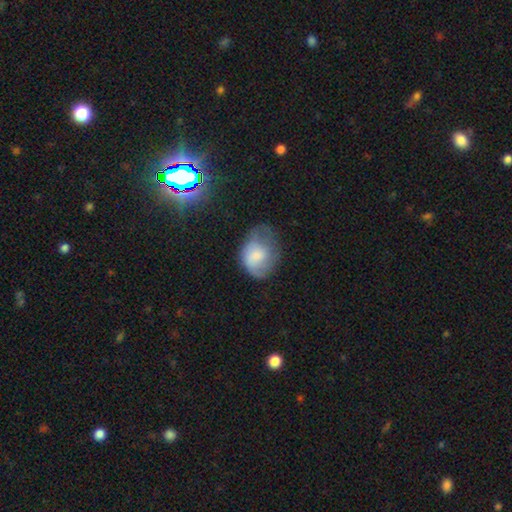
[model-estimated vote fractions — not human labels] This appears to be a smooth galaxy with no disk features (62%) that is in between round and cigar-shaped (60%). Merging: minor disturbance (35%).